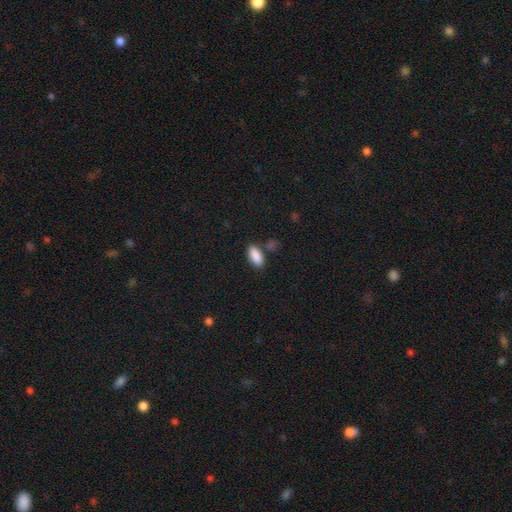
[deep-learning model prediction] The model was most divided on "merging": none: 77%, minor disturbance: 12%, merger: 8%, major disturbance: 3%. More confident: how rounded — in between (90%); smooth or featured — smooth (89%).